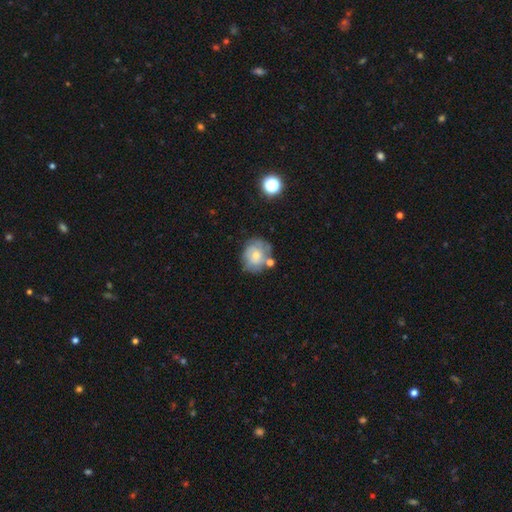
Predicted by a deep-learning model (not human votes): The model was most divided on "smooth or featured": featured or disk: 51%, smooth: 40%, star or artifact: 9%. More confident: edge-on disk — no (97%); merging — none (58%).